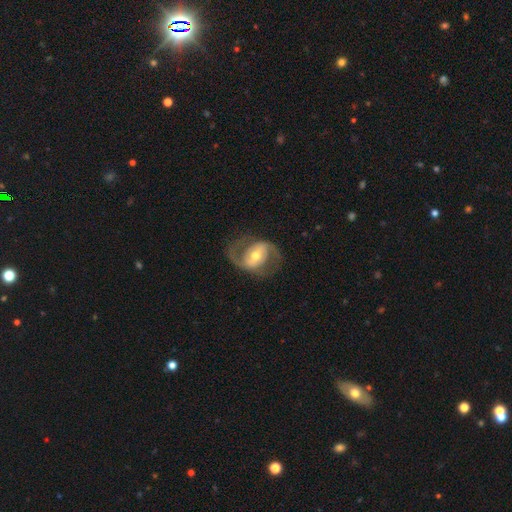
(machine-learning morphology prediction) Q: Smooth or featured?
A: featured or disk (84%); runner-up: smooth (10%)
Q: Edge-on disk?
A: no (97%); runner-up: yes (3%)
Q: Bar?
A: weak (39%); runner-up: strong (31%)
Q: Spiral arms?
A: yes (92%); runner-up: no (8%)
Q: Spiral winding?
A: medium (52%); runner-up: loose (32%)
Q: Spiral arm count?
A: 2 (91%); runner-up: can't tell (4%)
Q: Bulge size?
A: moderate (67%); runner-up: small (24%)
Q: Merging?
A: none (73%); runner-up: minor disturbance (14%)